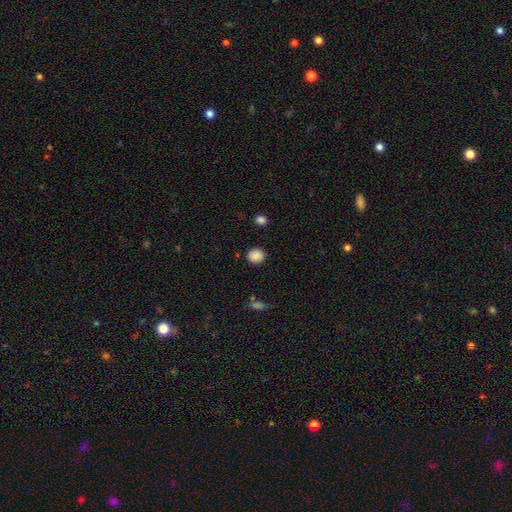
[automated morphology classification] Smooth or featured?
  - smooth: 87% *
  - star or artifact: 9%
  - featured or disk: 4%
How rounded?
  - round: 71% *
  - in between: 28%
  - cigar-shaped: 1%
Merging?
  - none: 85% *
  - minor disturbance: 10%
  - major disturbance: 3%
  - merger: 2%